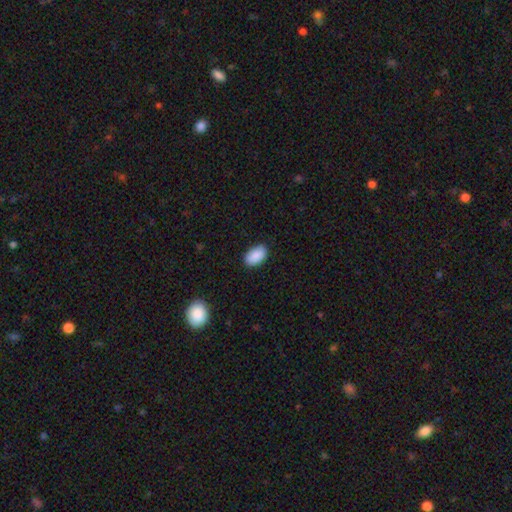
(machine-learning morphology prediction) smooth-or-featured: smooth: 90% | star or artifact: 7% | featured or disk: 3%
  how-rounded: in between: 93% | round: 5% | cigar-shaped: 1%
  merging: none: 86% | minor disturbance: 10% | major disturbance: 2% | merger: 1%